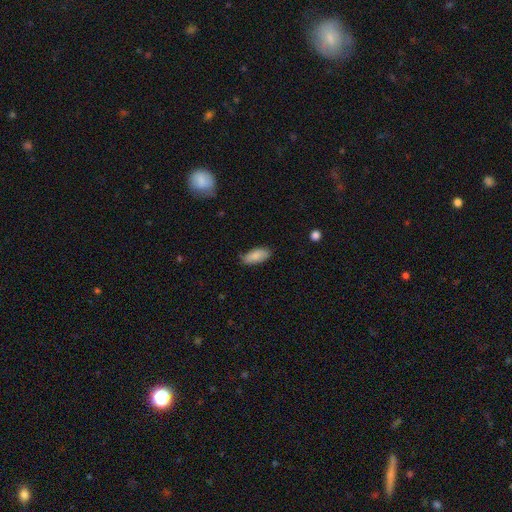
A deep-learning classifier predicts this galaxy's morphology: Smooth or featured? smooth (86%)
How rounded? in between (86%)
Merging? none (80%)